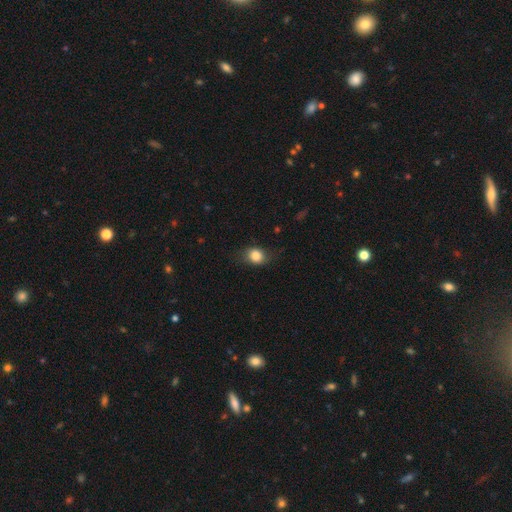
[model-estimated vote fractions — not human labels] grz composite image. It shows a smooth galaxy with no disk features (82%) that is in between round and cigar-shaped (50%). Merging: none (68%).